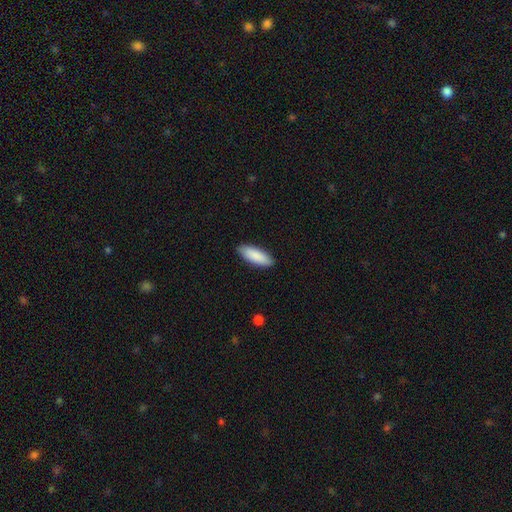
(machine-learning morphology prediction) Q: Smooth or featured?
A: smooth (89%); runner-up: featured or disk (6%)
Q: How rounded?
A: in between (64%); runner-up: cigar-shaped (34%)
Q: Merging?
A: none (89%); runner-up: minor disturbance (8%)